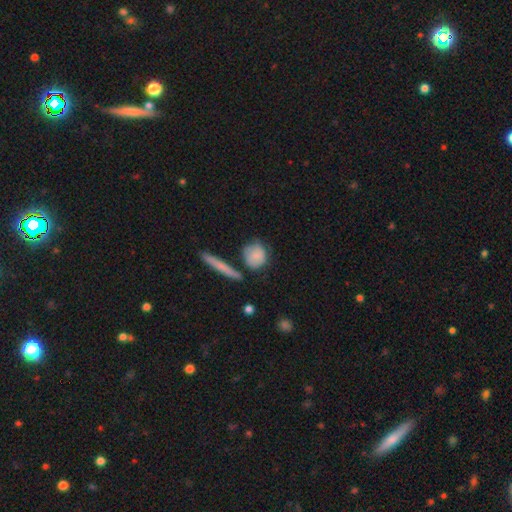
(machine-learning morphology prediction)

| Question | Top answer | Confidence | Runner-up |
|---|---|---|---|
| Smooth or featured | smooth | 76% | featured or disk (17%) |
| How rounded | round | 69% | in between (24%) |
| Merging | none | 60% | minor disturbance (23%) |